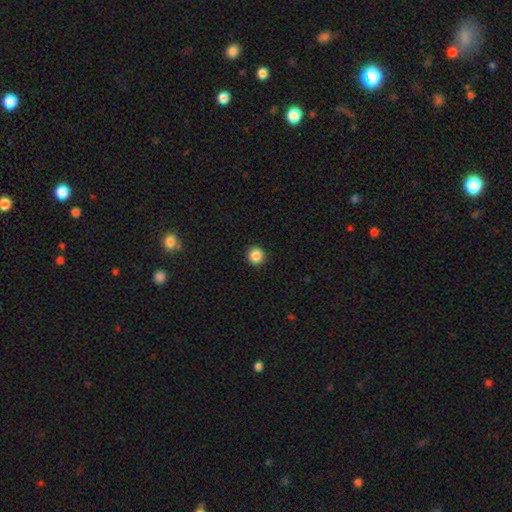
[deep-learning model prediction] smooth 88%, star or artifact 10%, featured or disk 3%. Down the decision tree: how rounded — round (95%); merging — none (93%).